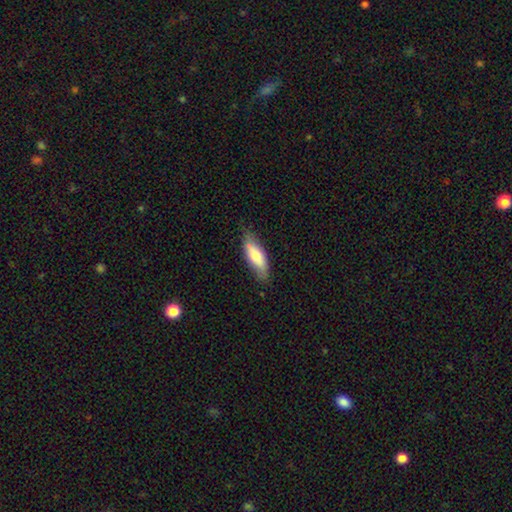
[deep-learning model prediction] Morphology: type=smooth (69%); roundness=in between (60%); merging=none (72%).